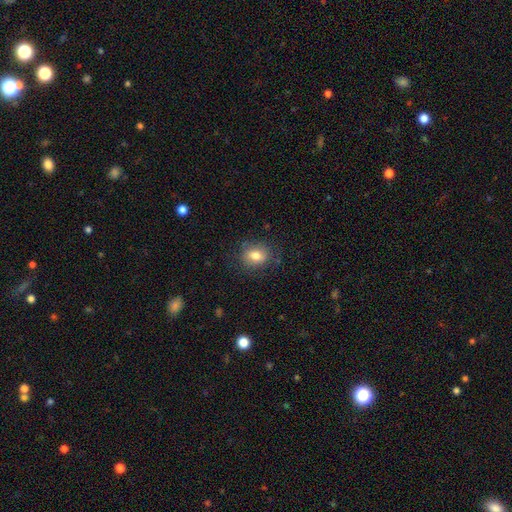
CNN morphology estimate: Overall: smooth (80%). How rounded: round (53%; in between 46%). Merging: none (80%).